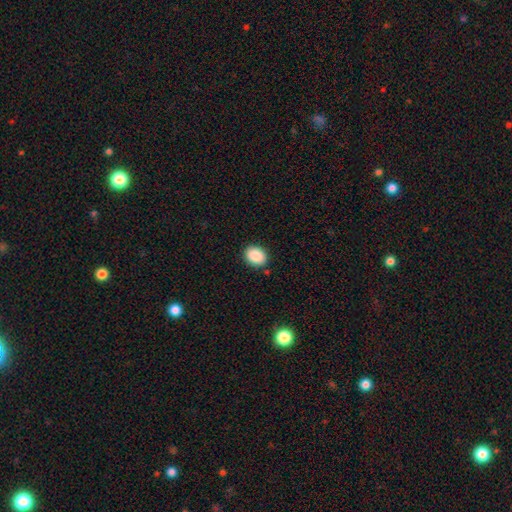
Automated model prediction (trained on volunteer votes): Smooth or featured?
  - smooth: 89% *
  - star or artifact: 8%
  - featured or disk: 3%
How rounded?
  - in between: 58% *
  - round: 41%
  - cigar-shaped: 1%
Merging?
  - none: 88% *
  - minor disturbance: 8%
  - major disturbance: 2%
  - merger: 1%